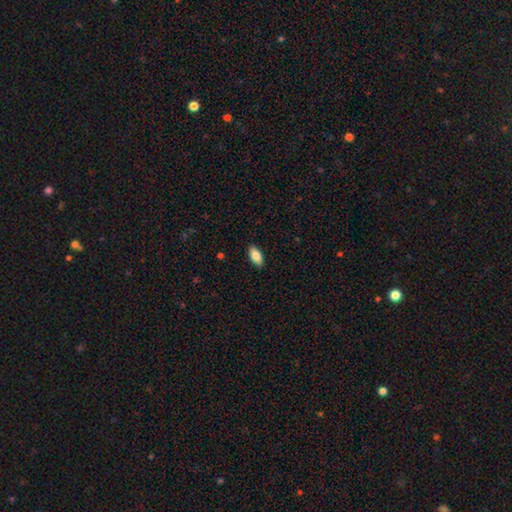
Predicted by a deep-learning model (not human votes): smooth_or_featured: smooth (p=0.85) [alt: featured or disk p=0.09]
how_rounded: in between (p=0.92) [alt: cigar-shaped p=0.05]
merging: none (p=0.89) [alt: minor disturbance p=0.08]